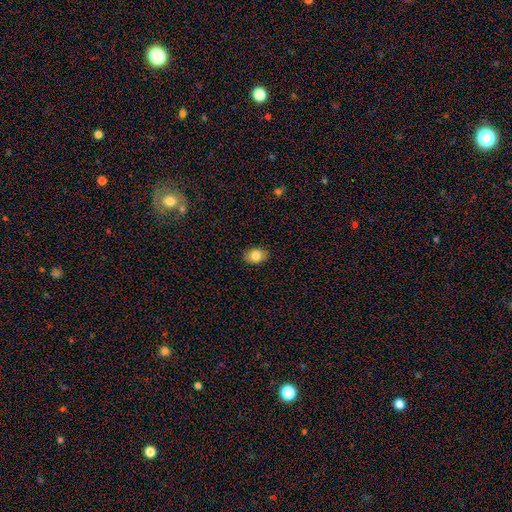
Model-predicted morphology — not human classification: Smooth or featured? Predicted: smooth (p=0.84). How rounded? Predicted: in between (p=0.69). Merging? Predicted: none (p=0.89).